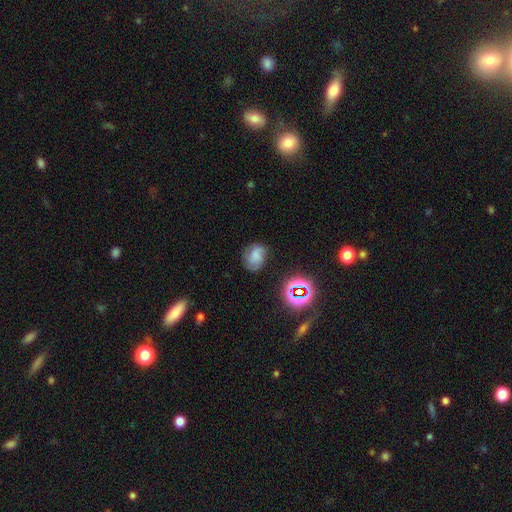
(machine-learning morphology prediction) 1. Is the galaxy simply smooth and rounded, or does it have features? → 59% smooth, 24% featured or disk, 18% star or artifact.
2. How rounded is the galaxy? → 51% in between, 48% round, 1% cigar-shaped.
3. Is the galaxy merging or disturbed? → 63% none, 25% minor disturbance, 10% major disturbance, 3% merger.